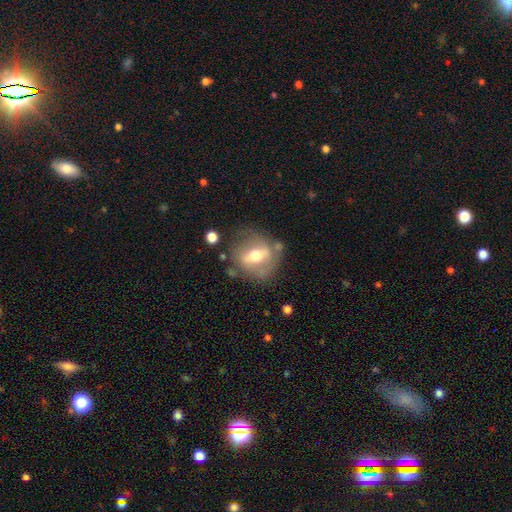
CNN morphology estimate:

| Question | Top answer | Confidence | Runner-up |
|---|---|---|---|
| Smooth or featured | featured or disk | 54% | smooth (39%) |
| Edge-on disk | no | 84% | yes (16%) |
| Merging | none | 64% | minor disturbance (20%) |